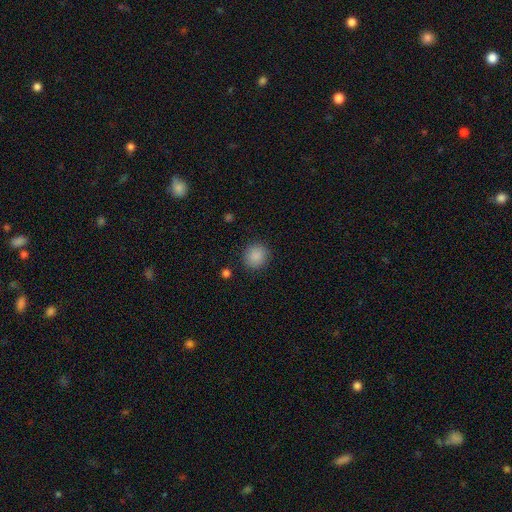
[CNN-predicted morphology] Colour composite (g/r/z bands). It shows a smooth galaxy with no disk features (88%) that is round (91%). Merging: none (89%).